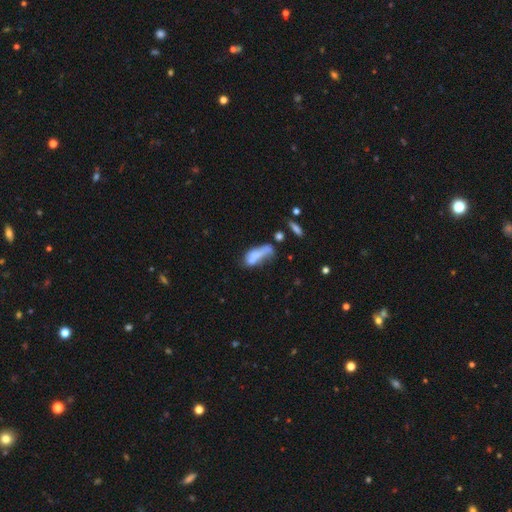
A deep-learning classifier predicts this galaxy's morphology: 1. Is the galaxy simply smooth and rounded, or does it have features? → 62% smooth, 27% featured or disk, 11% star or artifact.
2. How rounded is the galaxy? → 67% in between, 30% cigar-shaped, 3% round.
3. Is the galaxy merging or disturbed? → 35% major disturbance, 23% minor disturbance, 22% merger, 20% none.